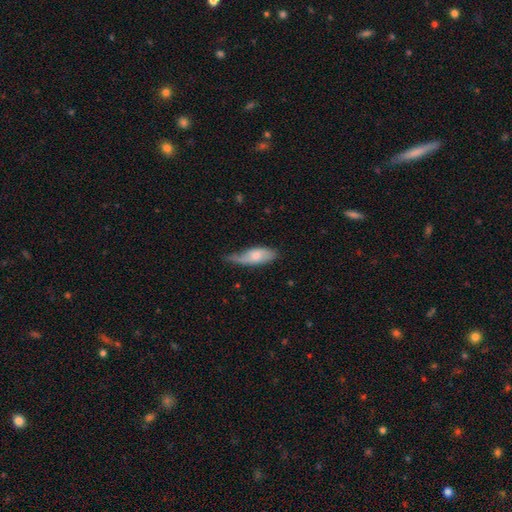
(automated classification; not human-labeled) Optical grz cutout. It shows a smooth galaxy with no disk features (61%) that is in between round and cigar-shaped (76%). Merging: minor disturbance (44%).